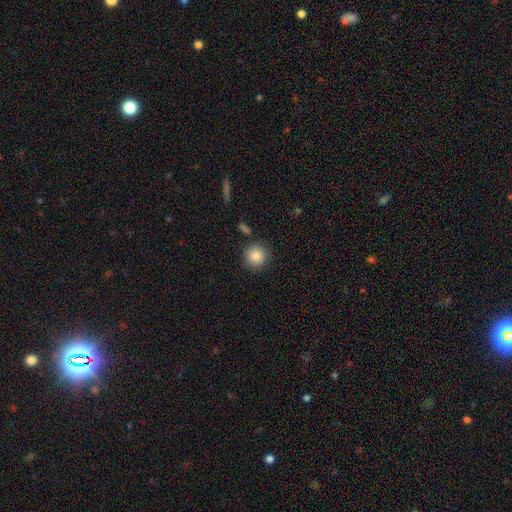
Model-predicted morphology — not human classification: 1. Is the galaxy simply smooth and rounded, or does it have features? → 86% smooth, 9% star or artifact, 5% featured or disk.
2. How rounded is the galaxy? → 93% round, 6% in between, 1% cigar-shaped.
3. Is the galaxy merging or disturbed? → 85% none, 9% minor disturbance, 3% merger, 3% major disturbance.